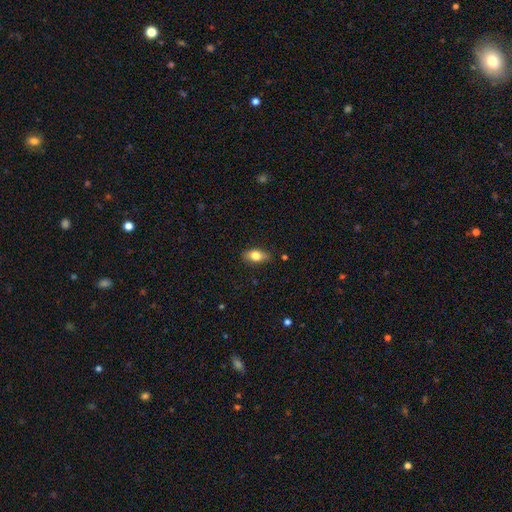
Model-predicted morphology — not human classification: type=smooth (76%); roundness=in between (84%); merging=none (79%).